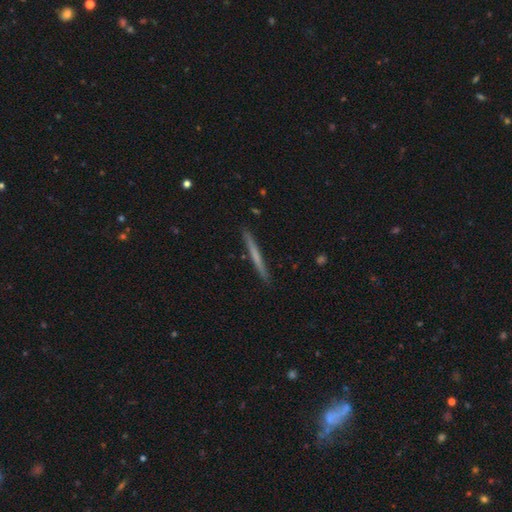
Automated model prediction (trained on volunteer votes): Q: Smooth or featured?
A: smooth (54%); runner-up: featured or disk (41%)
Q: How rounded?
A: cigar-shaped (97%); runner-up: in between (2%)
Q: Merging?
A: none (91%); runner-up: minor disturbance (6%)